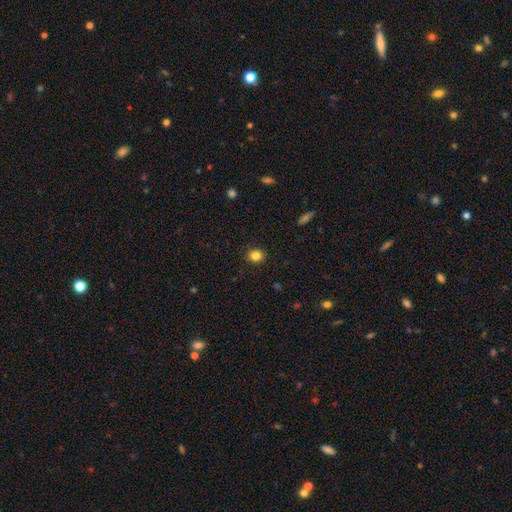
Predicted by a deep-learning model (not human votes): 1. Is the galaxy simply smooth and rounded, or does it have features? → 83% smooth, 11% star or artifact, 5% featured or disk.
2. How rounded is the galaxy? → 81% round, 18% in between, 1% cigar-shaped.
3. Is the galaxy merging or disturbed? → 90% none, 7% minor disturbance, 2% major disturbance, 1% merger.